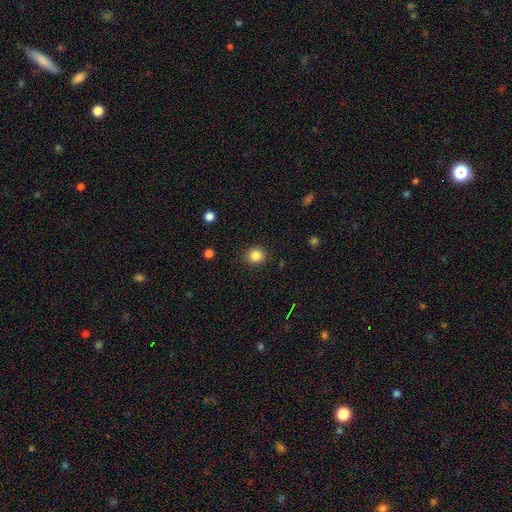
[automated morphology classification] Smooth or featured? smooth (85%)
How rounded? round (86%)
Merging? none (90%)